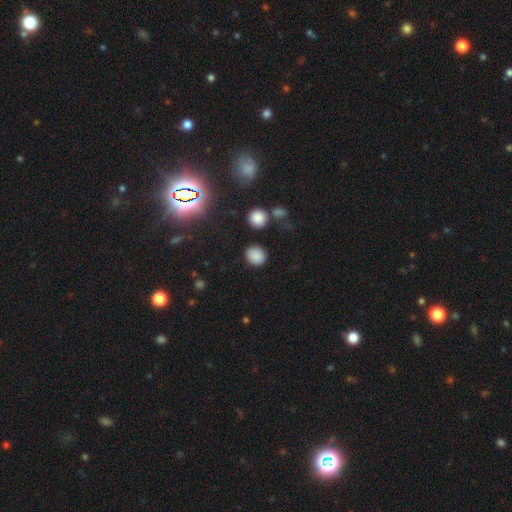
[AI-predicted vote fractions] Smooth or featured: smooth — 83% (star or artifact — 12%)
How rounded: round — 78% (in between — 21%)
Merging: none — 86% (minor disturbance — 9%)